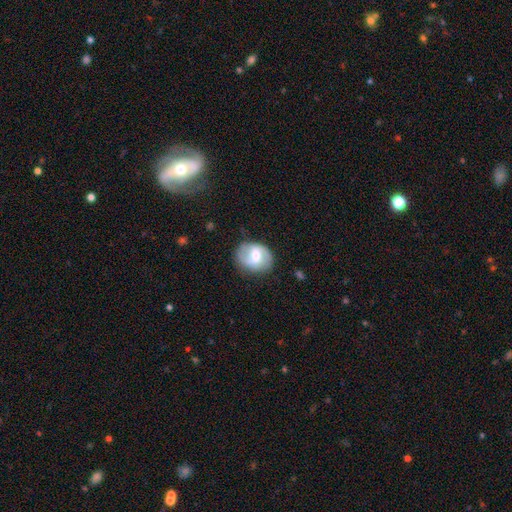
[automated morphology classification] This is possibly a featured or disk galaxy (59%). It is clearly not viewed edge-on (97%). Bar: possibly weak (52%). Spiral arm pattern: likely yes (76%). Central bulge: likely moderate (63%). Merging: likely none (75%).